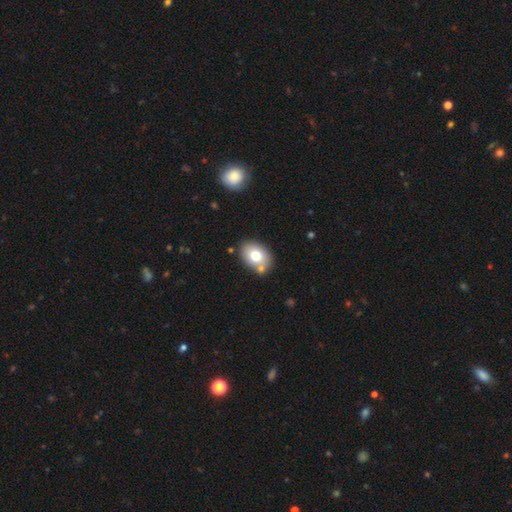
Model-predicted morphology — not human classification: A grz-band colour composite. It shows a smooth galaxy with no disk features (74%) that is in between round and cigar-shaped (76%). Merging: none (74%).